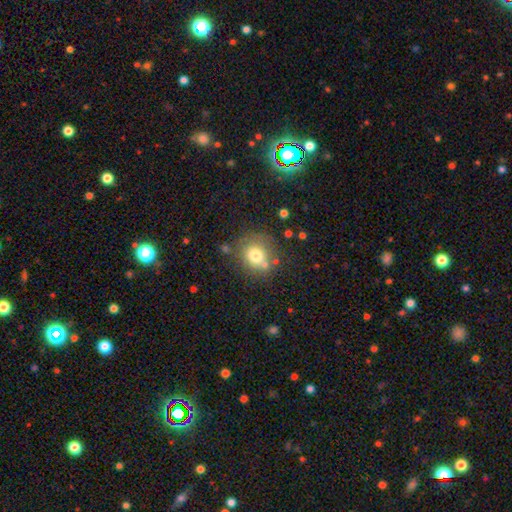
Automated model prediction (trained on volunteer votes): A smooth galaxy with no disk features (74%) that is round (84%). Merging: none (68%).